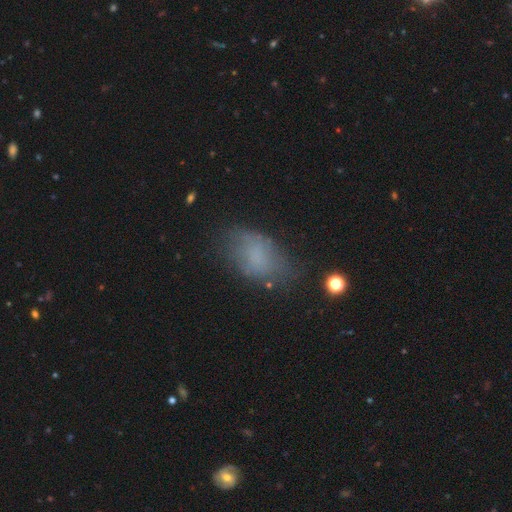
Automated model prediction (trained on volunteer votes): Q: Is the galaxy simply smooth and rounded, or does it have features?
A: smooth — 64%.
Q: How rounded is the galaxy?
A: in between — 88%.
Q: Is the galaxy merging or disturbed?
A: none — 56%.